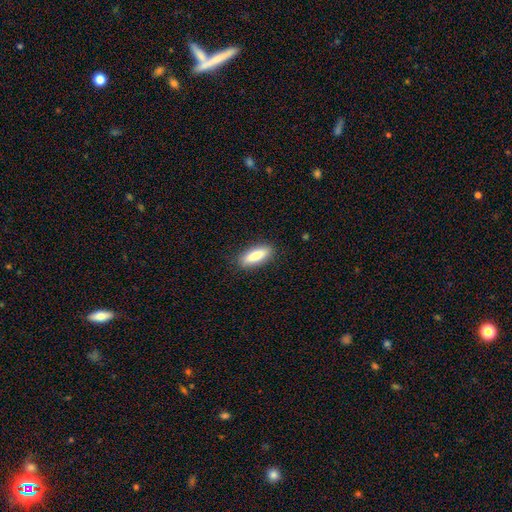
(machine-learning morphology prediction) Smooth or featured? smooth (84%)
How rounded? in between (57%)
Merging? none (87%)